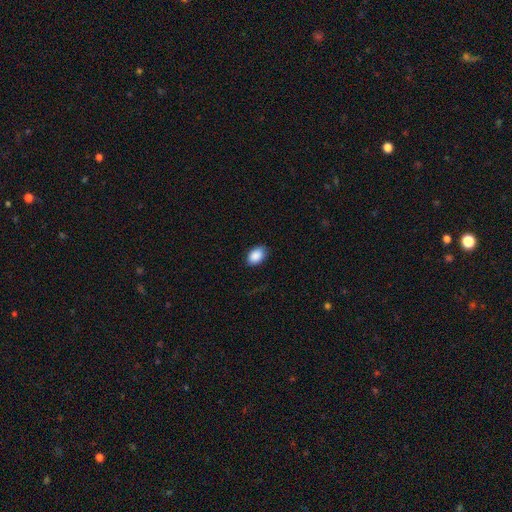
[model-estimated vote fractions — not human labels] A smooth galaxy with no disk features (90%) that is in between round and cigar-shaped (87%).

Vote fractions:
- Smooth or featured? smooth: 90% / star or artifact: 7% / featured or disk: 4%
- How rounded? in between: 87% / round: 12% / cigar-shaped: 1%
- Merging? none: 82% / minor disturbance: 14% / major disturbance: 3% / merger: 1%